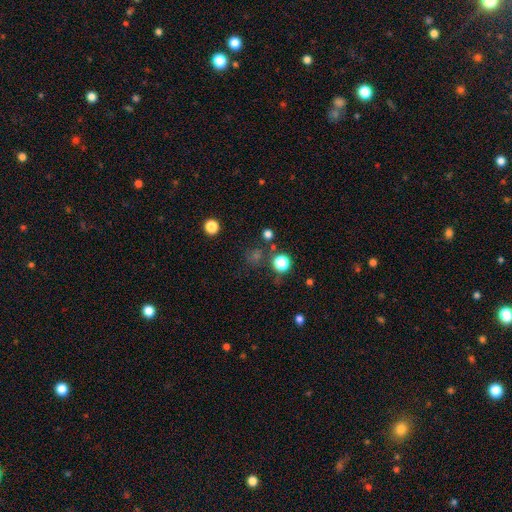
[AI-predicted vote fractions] Smooth or featured?
  - smooth: 46% * (tied)
  - star or artifact: 46% * (tied)
  - featured or disk: 8%
Merging?
  - none: 78% *
  - minor disturbance: 9%
  - merger: 8%
  - major disturbance: 5%